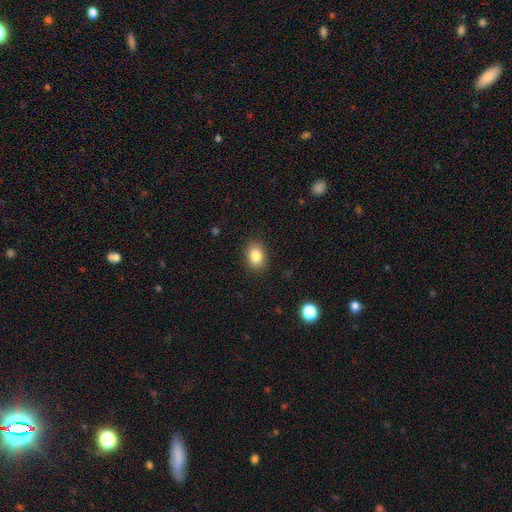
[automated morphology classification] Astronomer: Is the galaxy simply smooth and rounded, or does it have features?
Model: smooth — 85%.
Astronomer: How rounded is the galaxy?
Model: in between — 71%.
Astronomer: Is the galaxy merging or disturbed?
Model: none — 88%.